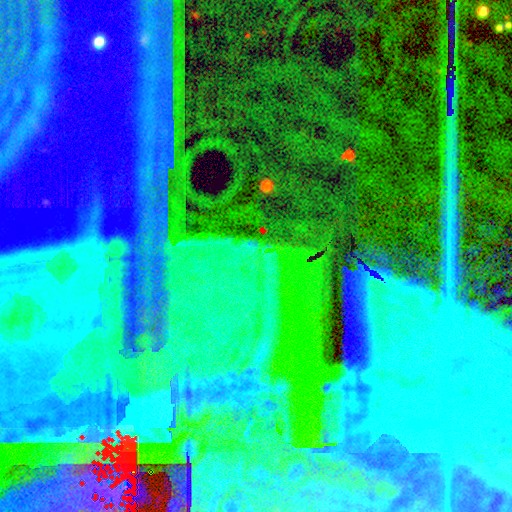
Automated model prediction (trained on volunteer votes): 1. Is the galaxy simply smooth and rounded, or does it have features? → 84% star or artifact, 9% featured or disk, 7% smooth.